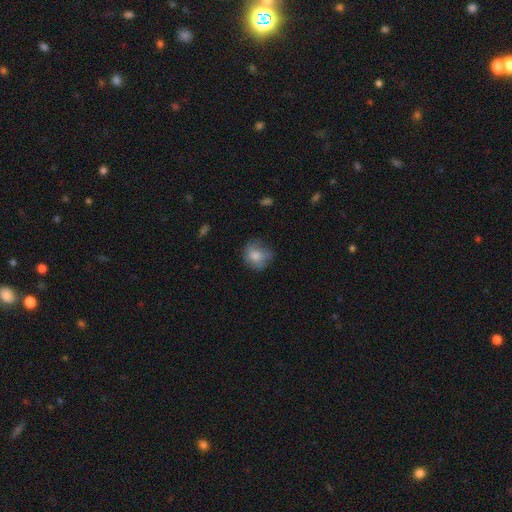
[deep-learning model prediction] This is likely a smooth galaxy (72%). How rounded: likely round (72%). Merging: possibly none (58%).